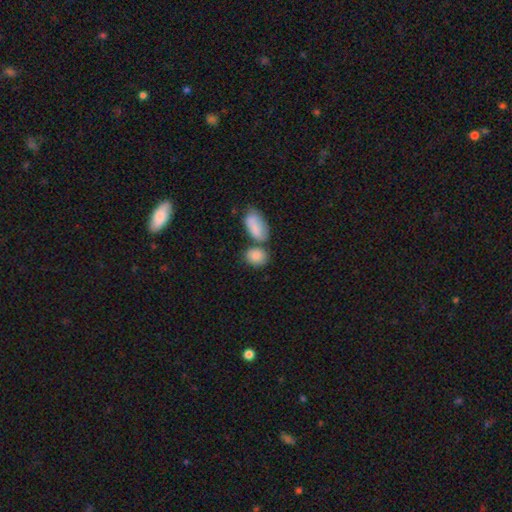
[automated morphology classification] The model was most divided on "merging": none: 52%, merger: 30%, minor disturbance: 13%, major disturbance: 4%. More confident: smooth or featured — smooth (86%); how rounded — in between (67%).